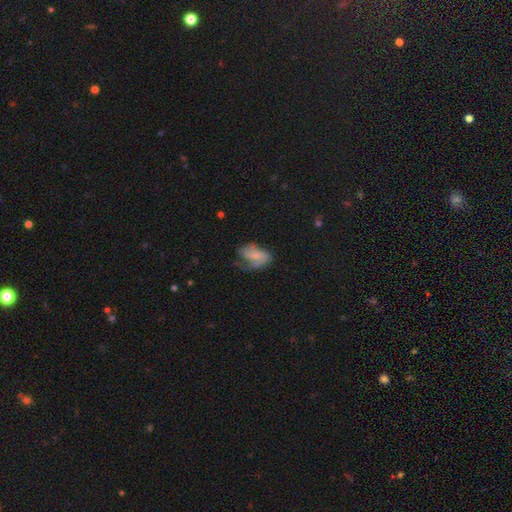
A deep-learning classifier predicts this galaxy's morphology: featured or disk 53%, smooth 39%, star or artifact 8%. Down the decision tree: edge-on disk — no (96%); bar — no (61%); spiral arms — yes (80%); bulge size — small (50%); merging — none (38%).